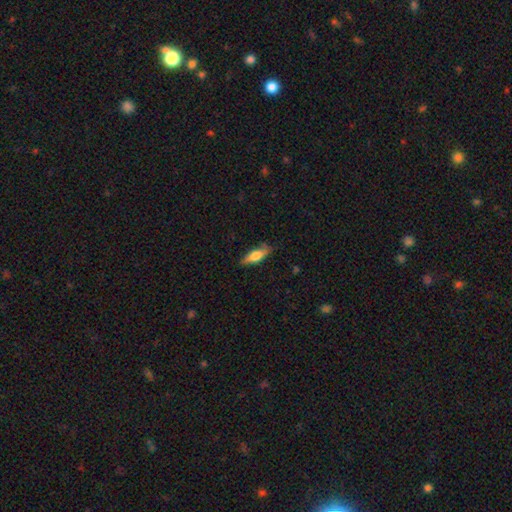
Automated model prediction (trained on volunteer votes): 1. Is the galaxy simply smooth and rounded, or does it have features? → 63% smooth, 31% featured or disk, 6% star or artifact.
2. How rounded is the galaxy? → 53% in between, 45% cigar-shaped, 3% round.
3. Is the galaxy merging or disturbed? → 79% none, 17% minor disturbance, 3% major disturbance, 2% merger.